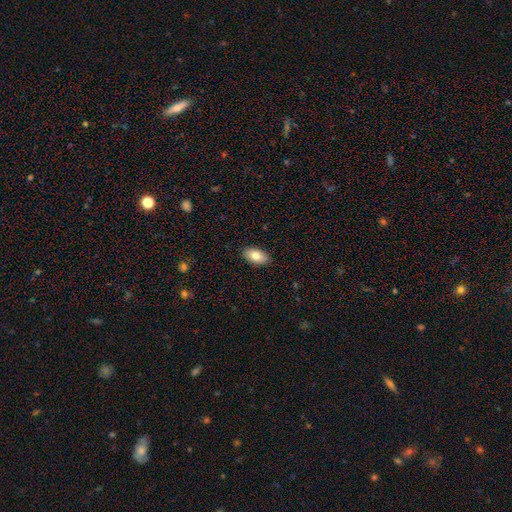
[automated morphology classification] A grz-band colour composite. It shows a smooth galaxy with no disk features (79%) that is in between round and cigar-shaped (94%). Merging: none (88%).